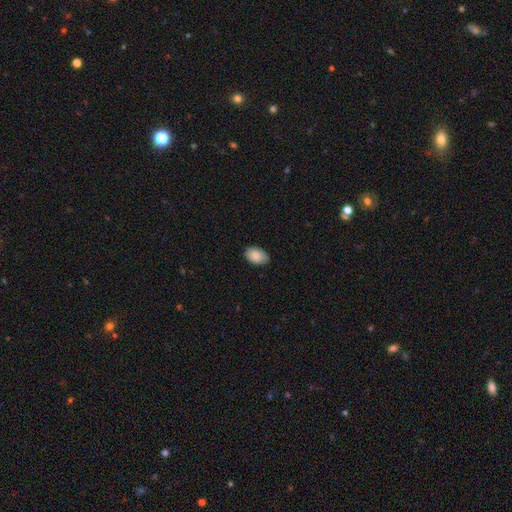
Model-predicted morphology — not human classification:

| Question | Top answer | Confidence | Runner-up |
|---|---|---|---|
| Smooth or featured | smooth | 87% | featured or disk (7%) |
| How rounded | in between | 91% | round (8%) |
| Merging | none | 82% | minor disturbance (15%) |